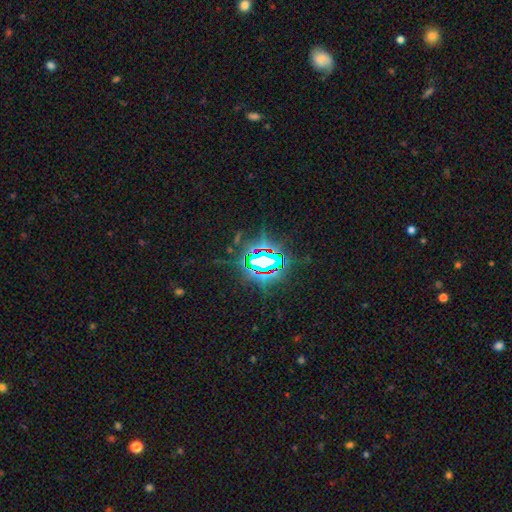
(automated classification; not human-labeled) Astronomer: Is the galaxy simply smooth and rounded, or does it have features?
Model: star or artifact — 80%.